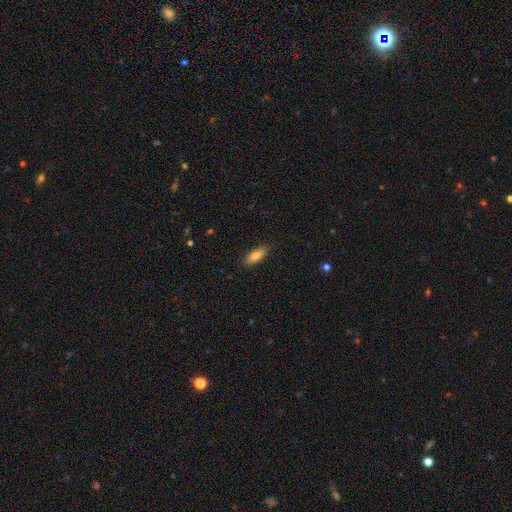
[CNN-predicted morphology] Smooth or featured?
  - smooth: 77% *
  - featured or disk: 16%
  - star or artifact: 7%
How rounded?
  - in between: 68% *
  - cigar-shaped: 30%
  - round: 3%
Merging?
  - none: 87% *
  - minor disturbance: 10%
  - major disturbance: 2%
  - merger: 1%